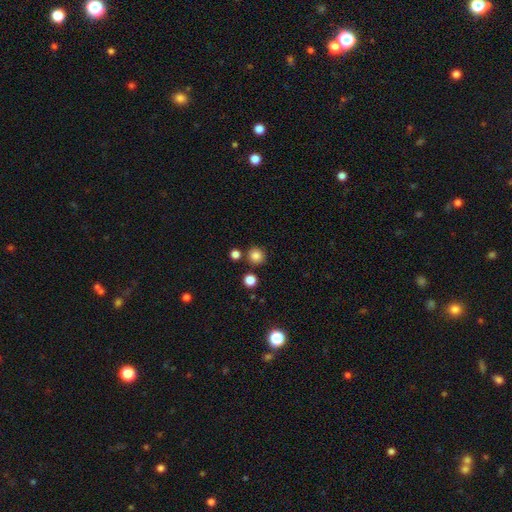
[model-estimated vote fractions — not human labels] A smooth galaxy with no disk features (83%) that is round (92%).

Vote fractions:
- Smooth or featured? smooth: 83% / star or artifact: 13% / featured or disk: 4%
- How rounded? round: 92% / in between: 7% / cigar-shaped: 1%
- Merging? none: 82% / merger: 8% / minor disturbance: 7% / major disturbance: 2%